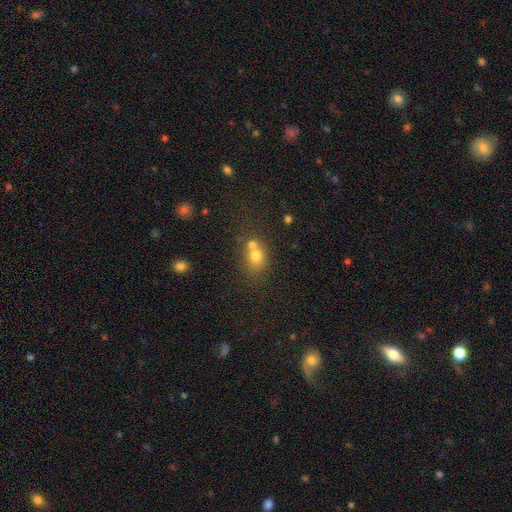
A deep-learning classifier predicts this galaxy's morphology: A smooth galaxy with no disk features (71%) that is round (63%).

Vote fractions:
- Smooth or featured? smooth: 71% / featured or disk: 15% / star or artifact: 14%
- How rounded? round: 63% / in between: 35% / cigar-shaped: 1%
- Merging? merger: 53% / none: 35% / minor disturbance: 8% / major disturbance: 4%